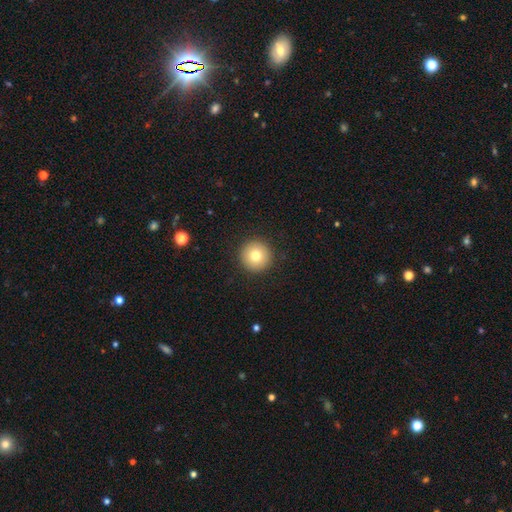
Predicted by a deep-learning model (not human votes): smooth-or-featured: smooth: 77% | featured or disk: 13% | star or artifact: 10%
  how-rounded: round: 96% | in between: 3% | cigar-shaped: 1%
  merging: none: 93% | minor disturbance: 5% | major disturbance: 2% | merger: 1%